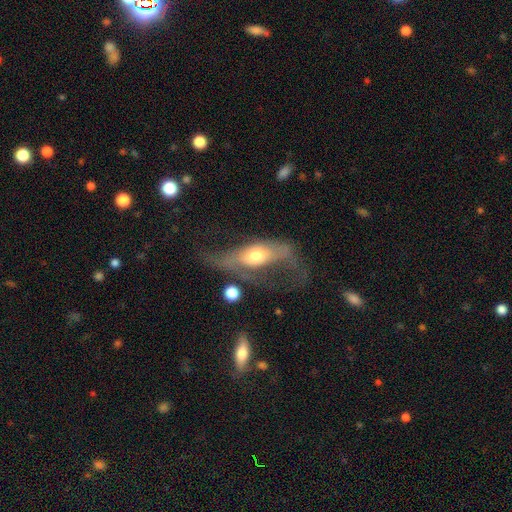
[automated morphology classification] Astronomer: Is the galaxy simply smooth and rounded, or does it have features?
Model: featured or disk — 61%.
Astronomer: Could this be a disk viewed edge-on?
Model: no — 77%.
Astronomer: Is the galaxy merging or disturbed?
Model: major disturbance — 50% (runner-up: none, 26%).